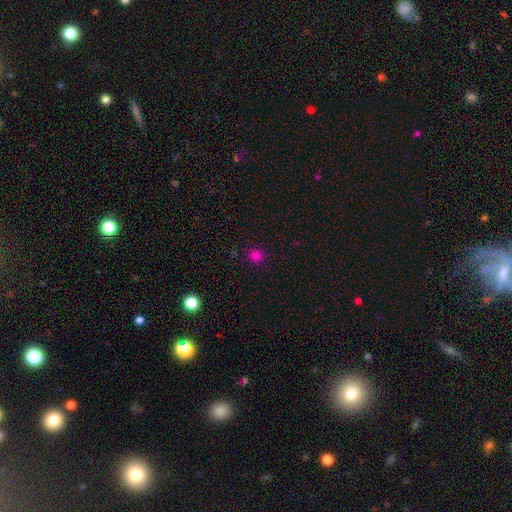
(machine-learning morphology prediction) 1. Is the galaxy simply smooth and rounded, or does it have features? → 79% smooth, 17% star or artifact, 4% featured or disk.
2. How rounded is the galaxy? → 87% round, 12% in between, 1% cigar-shaped.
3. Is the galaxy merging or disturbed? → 88% none, 8% minor disturbance, 3% major disturbance, 1% merger.